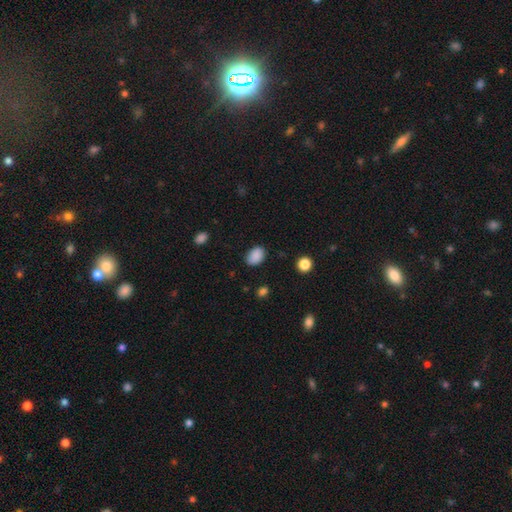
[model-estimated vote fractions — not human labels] A smooth galaxy with no disk features (88%) that is in between round and cigar-shaped (79%).

Vote fractions:
- Smooth or featured? smooth: 88% / star or artifact: 8% / featured or disk: 3%
- How rounded? in between: 79% / round: 20% / cigar-shaped: 1%
- Merging? none: 83% / minor disturbance: 13% / major disturbance: 3% / merger: 1%